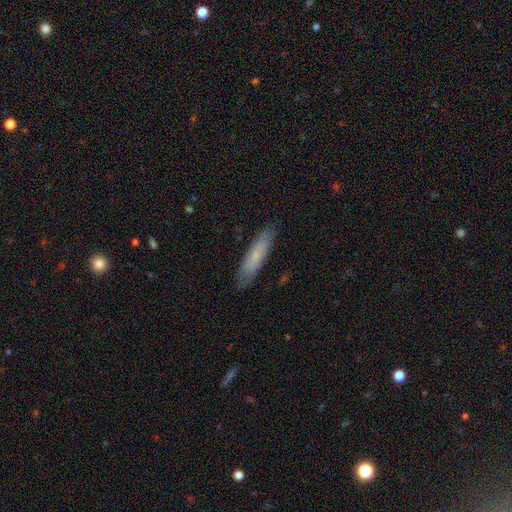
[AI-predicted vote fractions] smooth 65%, featured or disk 29%, star or artifact 6%. Down the decision tree: how rounded — cigar-shaped (82%); merging — none (85%).